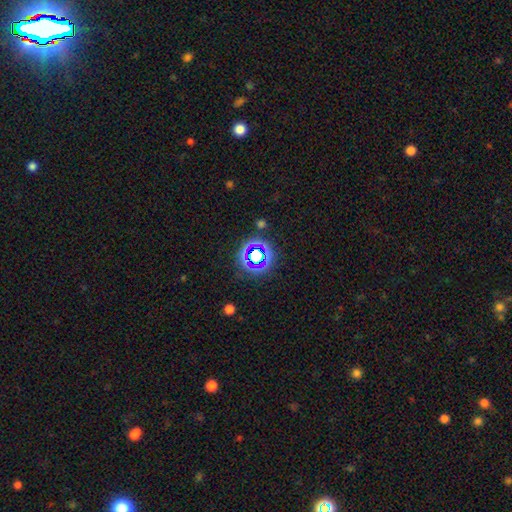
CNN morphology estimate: Smooth or featured? Predicted: star or artifact (p=0.60).